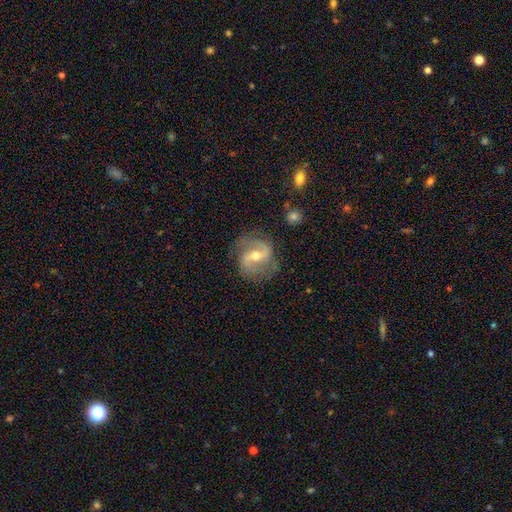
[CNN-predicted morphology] Smooth or featured?
  - featured or disk: 86% *
  - smooth: 9%
  - star or artifact: 5%
Edge-on disk?
  - no: 98% *
  - yes: 2%
Bar?
  - weak: 47% *
  - strong: 32%
  - no: 22%
Spiral arms?
  - yes: 95% *
  - no: 5%
Spiral winding?
  - medium: 49% *
  - loose: 37%
  - tight: 14%
Spiral arm count?
  - 2: 91% *
  - can't tell: 3%
  - 1: 2%
  - 3: 2%
  - 4: 1%
  - more than 4: 1%
Bulge size?
  - moderate: 64% *
  - small: 32%
  - large: 3%
  - none: 1%
  - dominant: 1%
Merging?
  - none: 77% *
  - minor disturbance: 15%
  - major disturbance: 6%
  - merger: 2%